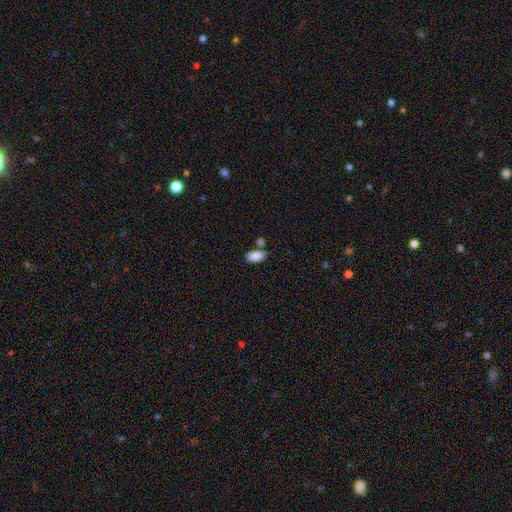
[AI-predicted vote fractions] Smooth or featured?
  - smooth: 88% *
  - star or artifact: 8%
  - featured or disk: 4%
How rounded?
  - in between: 94% *
  - round: 3%
  - cigar-shaped: 3%
Merging?
  - none: 64% *
  - merger: 20%
  - minor disturbance: 13%
  - major disturbance: 4%